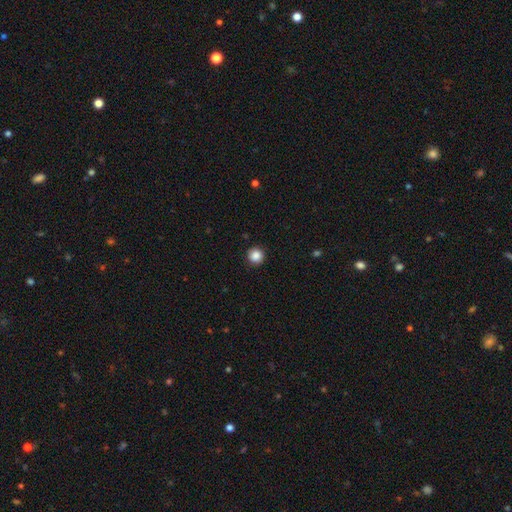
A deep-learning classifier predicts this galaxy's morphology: Smooth or featured? Predicted: smooth (p=0.87). How rounded? Predicted: round (p=0.95). Merging? Predicted: none (p=0.91).